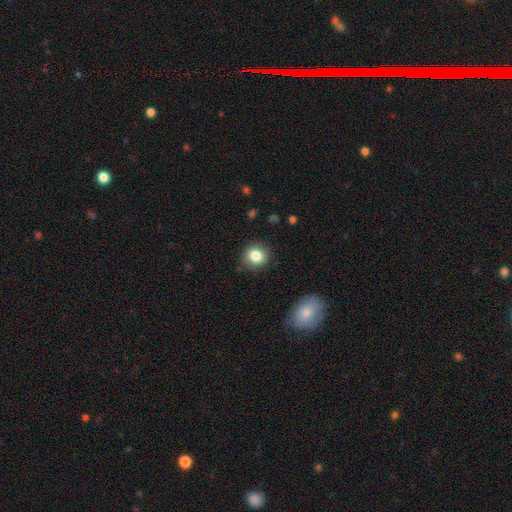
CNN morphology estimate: Overall: smooth (84%). How rounded: round (83%). Merging: none (84%).